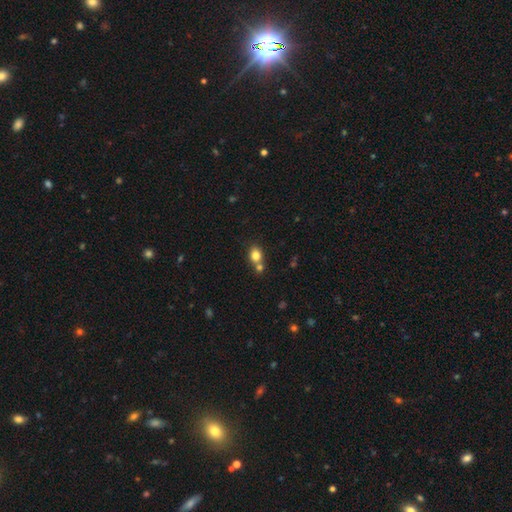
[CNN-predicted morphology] smooth_or_featured: smooth (p=0.80) [alt: star or artifact p=0.11]
how_rounded: round (p=0.57) [alt: in between p=0.42]
merging: none (p=0.53) [alt: merger p=0.35]